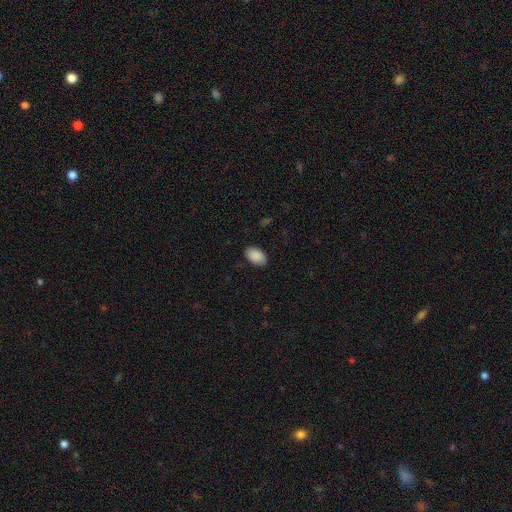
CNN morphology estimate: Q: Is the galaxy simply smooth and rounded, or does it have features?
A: smooth — 90%.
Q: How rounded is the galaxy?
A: in between — 93%.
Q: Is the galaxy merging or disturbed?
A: none — 87%.